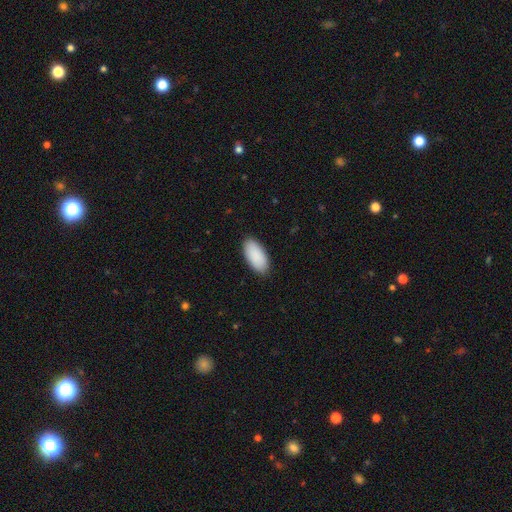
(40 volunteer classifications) Smooth or featured: smooth — 95% (featured or disk — 2%)
How rounded: in between — 95% (round — 5%)
Merging: none — 85% (minor disturbance — 8%)